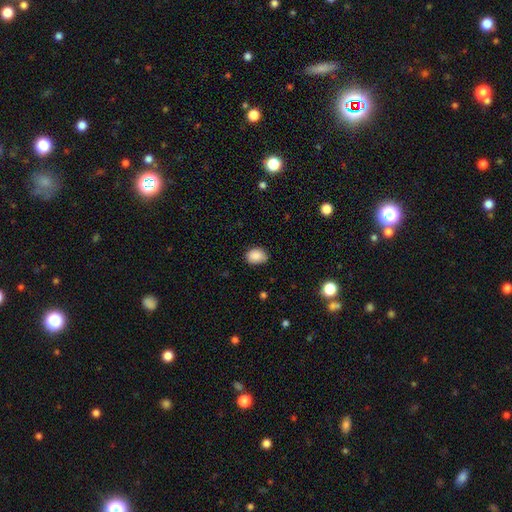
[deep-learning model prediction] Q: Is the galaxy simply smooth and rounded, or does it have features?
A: smooth — 88%.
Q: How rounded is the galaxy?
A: in between — 65%.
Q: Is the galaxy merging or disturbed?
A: none — 76%.